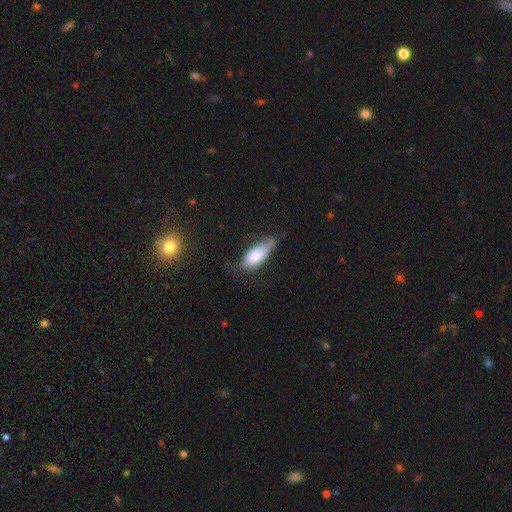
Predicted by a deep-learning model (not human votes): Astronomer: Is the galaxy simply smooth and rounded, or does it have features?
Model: smooth — 78%.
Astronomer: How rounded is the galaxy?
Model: in between — 81%.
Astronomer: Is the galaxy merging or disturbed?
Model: none — 46% (runner-up: minor disturbance, 37%).